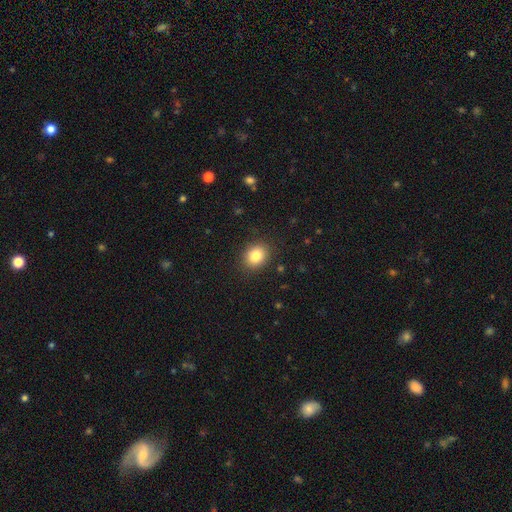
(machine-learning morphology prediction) This is clearly a smooth galaxy (83%). How rounded: possibly round (57%). Merging: clearly none (89%).